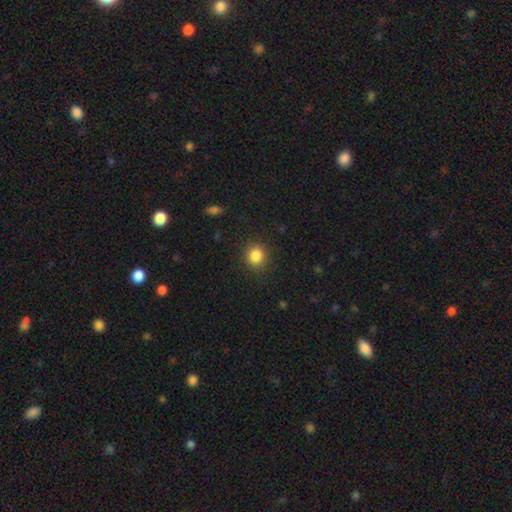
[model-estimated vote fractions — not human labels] Overall: smooth (85%). How rounded: round (82%). Merging: none (87%).